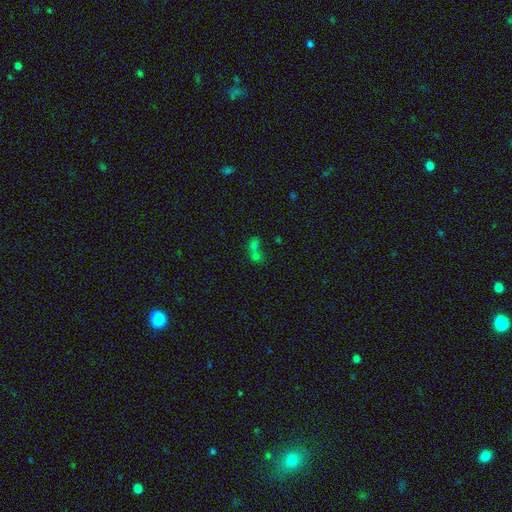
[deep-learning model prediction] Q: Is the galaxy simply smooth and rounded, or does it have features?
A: smooth — 55%.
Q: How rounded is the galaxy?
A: in between — 56%.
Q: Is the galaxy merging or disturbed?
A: merger — 62%.